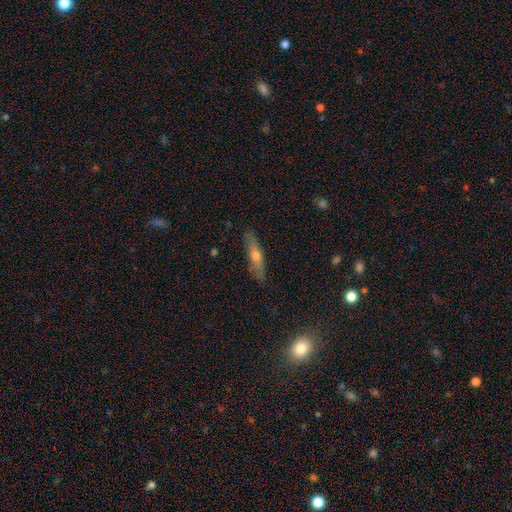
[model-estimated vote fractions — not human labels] smooth-or-featured: featured or disk: 49% | smooth: 44% | star or artifact: 7%
  merging: none: 86% | minor disturbance: 11% | major disturbance: 2% | merger: 1%